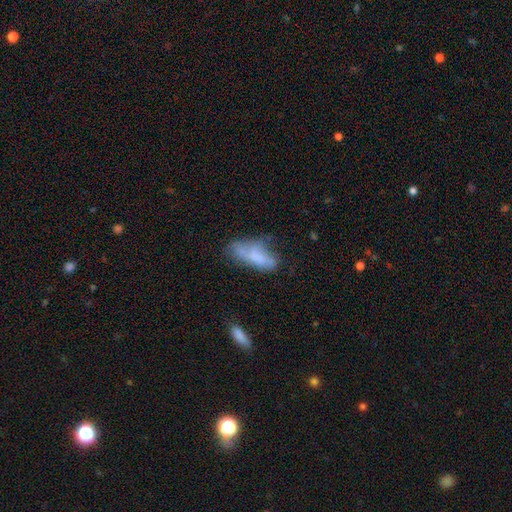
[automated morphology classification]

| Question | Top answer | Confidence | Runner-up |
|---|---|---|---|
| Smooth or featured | smooth | 58% | featured or disk (32%) |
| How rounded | in between | 75% | cigar-shaped (22%) |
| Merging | none | 37% | minor disturbance (29%) |